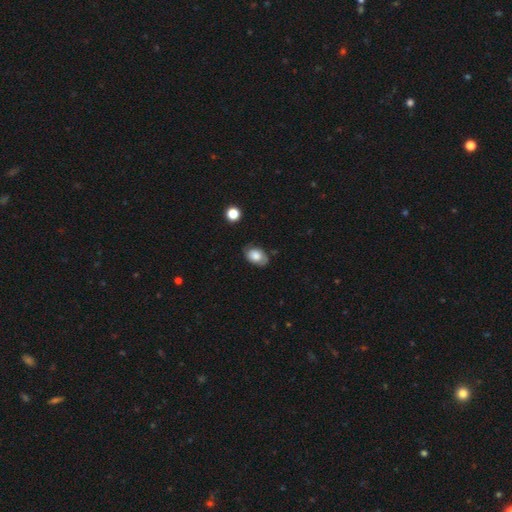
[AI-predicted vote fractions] Smooth or featured? smooth (73%)
How rounded? in between (84%)
Merging? none (72%)